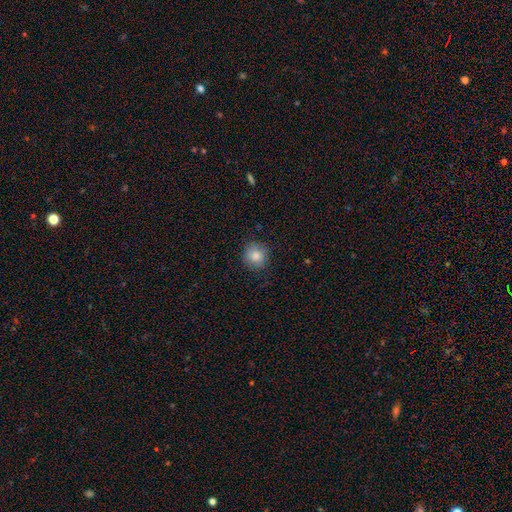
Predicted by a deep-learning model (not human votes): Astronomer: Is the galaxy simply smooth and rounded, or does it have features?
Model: smooth — 84%.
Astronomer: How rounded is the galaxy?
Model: round — 88%.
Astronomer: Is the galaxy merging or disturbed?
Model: none — 83%.